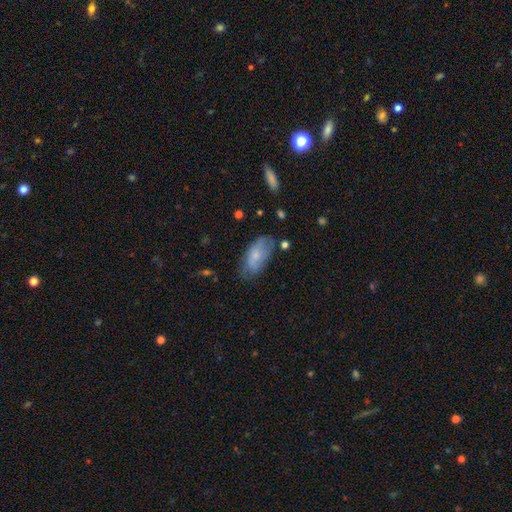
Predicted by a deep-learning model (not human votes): A smooth galaxy with no disk features (66%) that is in between round and cigar-shaped (91%). Merging: none (59%).